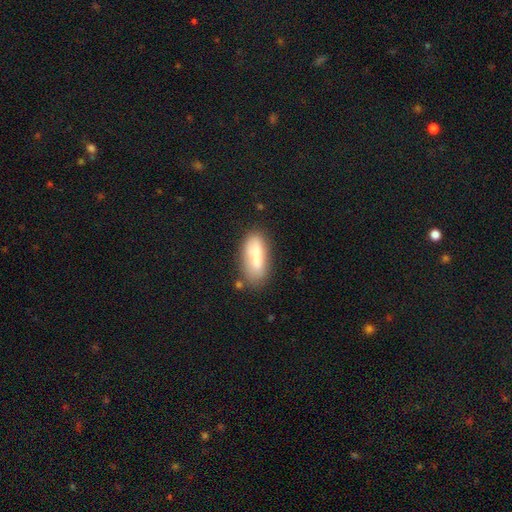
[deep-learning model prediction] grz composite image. It shows a smooth galaxy with no disk features (79%) that is in between round and cigar-shaped (67%). Merging: none (63%).